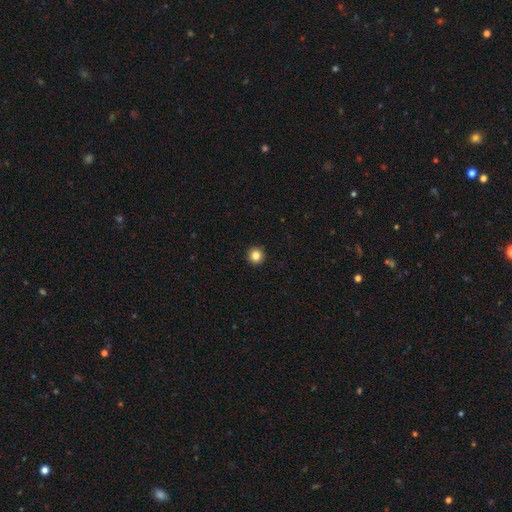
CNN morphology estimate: A smooth galaxy with no disk features (84%) that is round (96%). Merging: none (94%).